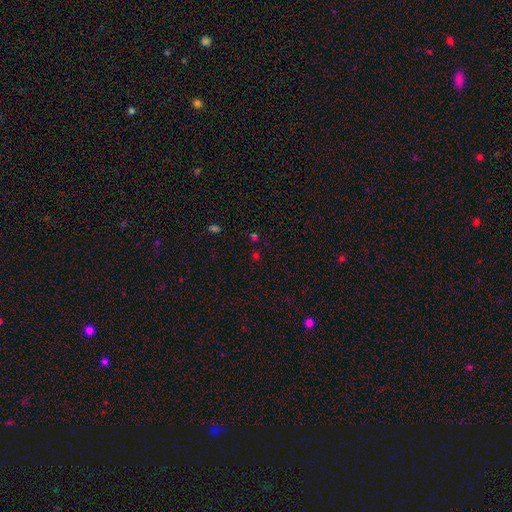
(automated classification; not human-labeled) Smooth or featured? Predicted: star or artifact (p=0.51).